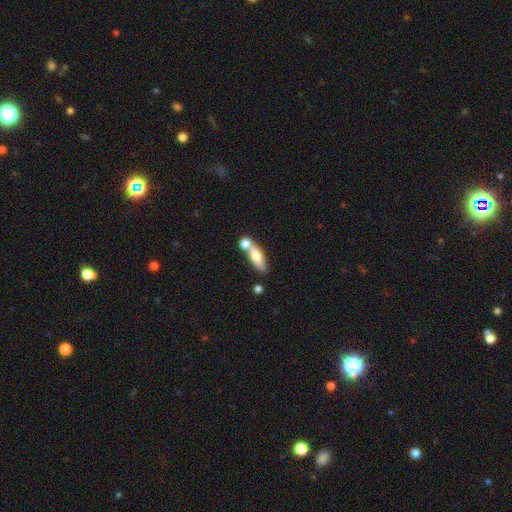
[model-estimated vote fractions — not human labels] This is likely a smooth galaxy (67%). How rounded: possibly in between (48%). Merging: possibly none (47%).